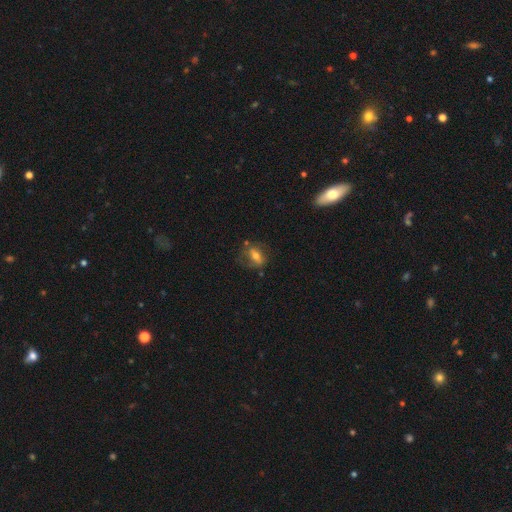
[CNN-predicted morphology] smooth 55%, featured or disk 35%, star or artifact 10%. Down the decision tree: how rounded — in between (70%); merging — none (59%).